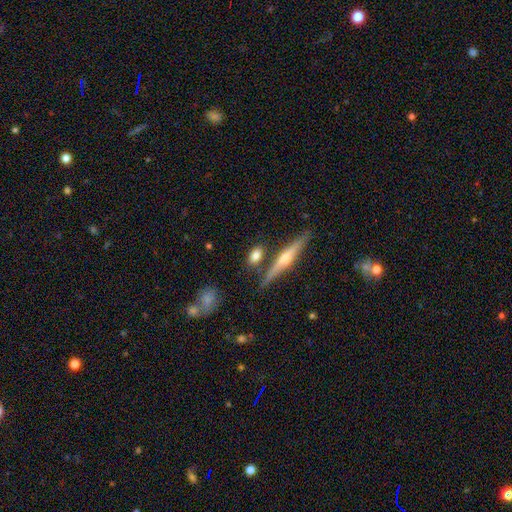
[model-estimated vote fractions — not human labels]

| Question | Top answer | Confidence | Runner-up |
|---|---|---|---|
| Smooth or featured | smooth | 72% | featured or disk (21%) |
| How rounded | in between | 63% | cigar-shaped (23%) |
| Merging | none | 74% | minor disturbance (13%) |